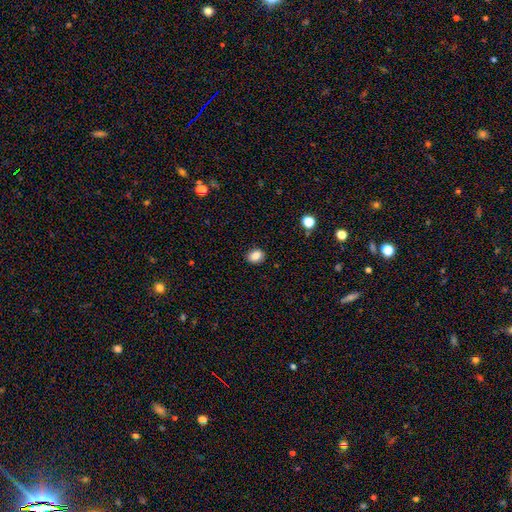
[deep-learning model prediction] The model was most divided on "how rounded": in between: 56%, round: 43%, cigar-shaped: 1%. More confident: merging — none (88%); smooth or featured — smooth (85%).